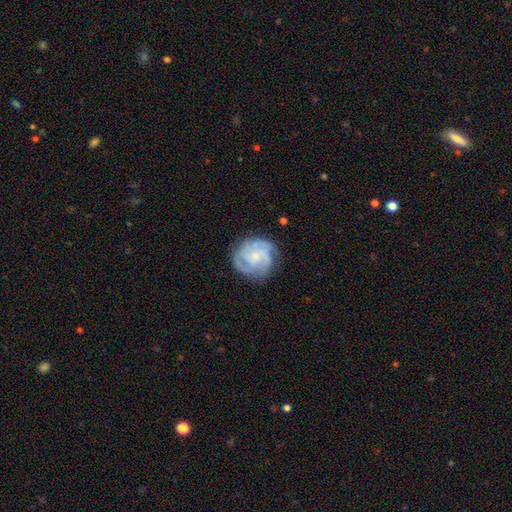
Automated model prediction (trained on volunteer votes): A featured or disk galaxy (74%) with no bar (67%), 3 (37%) tight (54%) spiral arms (92%) and a small central bulge (58%). Merging: none (74%).